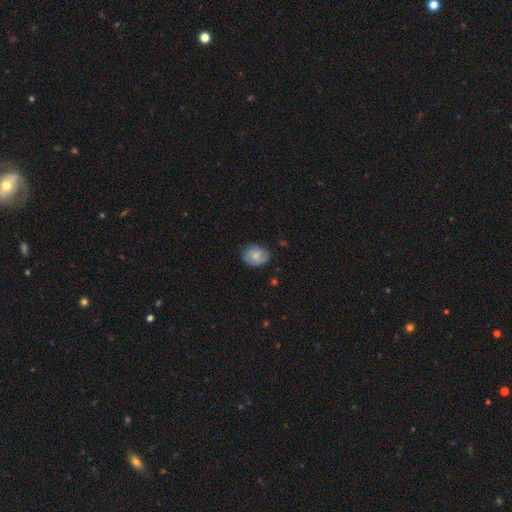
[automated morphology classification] This appears to be a smooth galaxy with no disk features (62%) that is in between round and cigar-shaped (53%). Merging: none (70%).